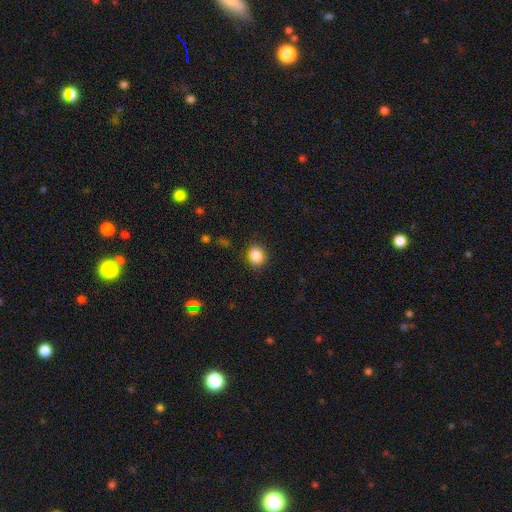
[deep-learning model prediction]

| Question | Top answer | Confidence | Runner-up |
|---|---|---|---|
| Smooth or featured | smooth | 87% | star or artifact (9%) |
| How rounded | round | 68% | in between (31%) |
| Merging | none | 86% | minor disturbance (10%) |